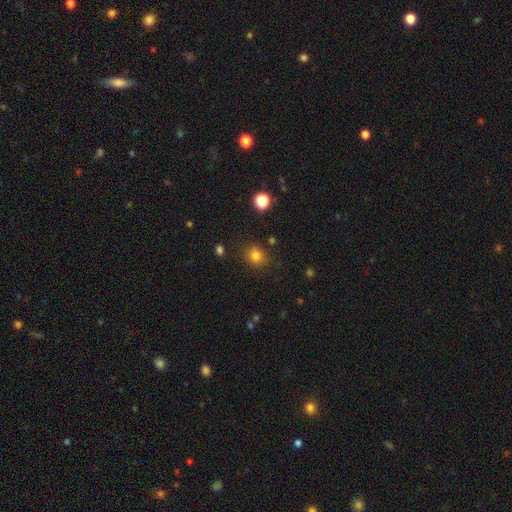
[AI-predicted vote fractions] A smooth galaxy with no disk features (80%) that is round (77%).

Vote fractions:
- Smooth or featured? smooth: 80% / star or artifact: 14% / featured or disk: 6%
- How rounded? round: 77% / in between: 22% / cigar-shaped: 1%
- Merging? none: 84% / minor disturbance: 11% / major disturbance: 3% / merger: 3%